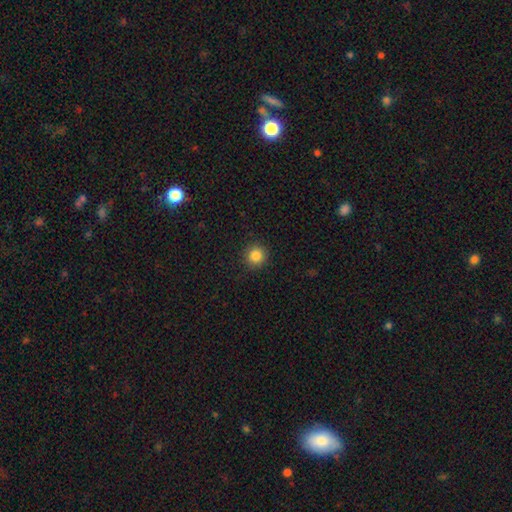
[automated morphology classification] Q: Smooth or featured?
A: smooth (85%); runner-up: star or artifact (11%)
Q: How rounded?
A: round (94%); runner-up: in between (5%)
Q: Merging?
A: none (92%); runner-up: minor disturbance (5%)